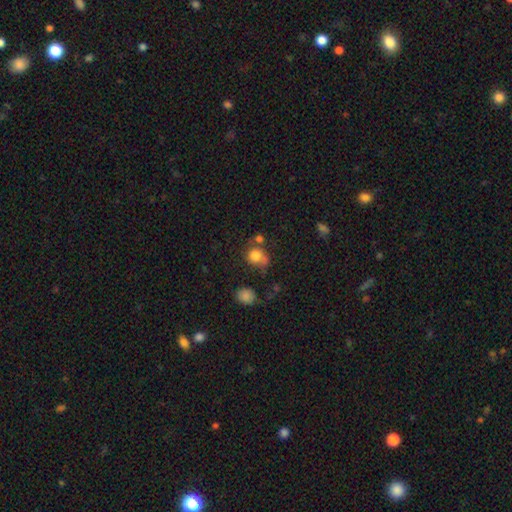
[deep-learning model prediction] smooth_or_featured: smooth (p=0.77) [alt: star or artifact p=0.11]
how_rounded: round (p=0.76) [alt: in between p=0.23]
merging: none (p=0.44) [alt: merger p=0.24]